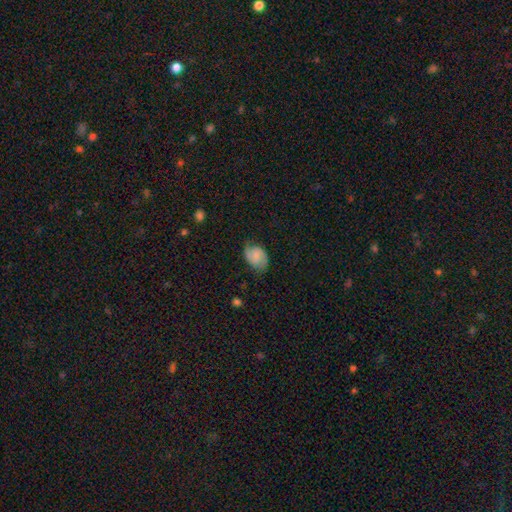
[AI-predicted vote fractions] Q: Smooth or featured?
A: featured or disk (47%); runner-up: smooth (44%)
Q: Merging?
A: none (69%); runner-up: minor disturbance (23%)